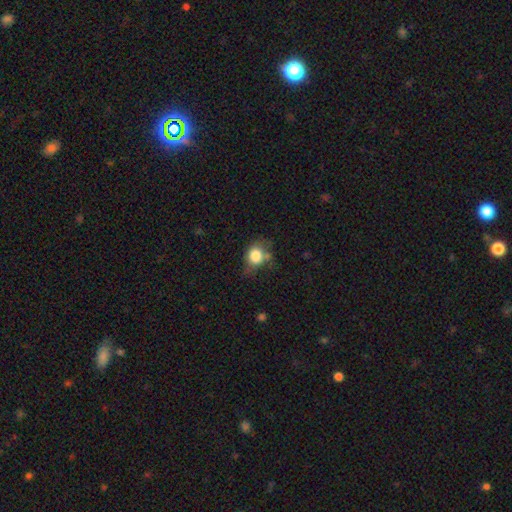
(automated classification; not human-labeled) This is likely a smooth galaxy (80%). How rounded: possibly round (54%). Merging: marginally none (43%).